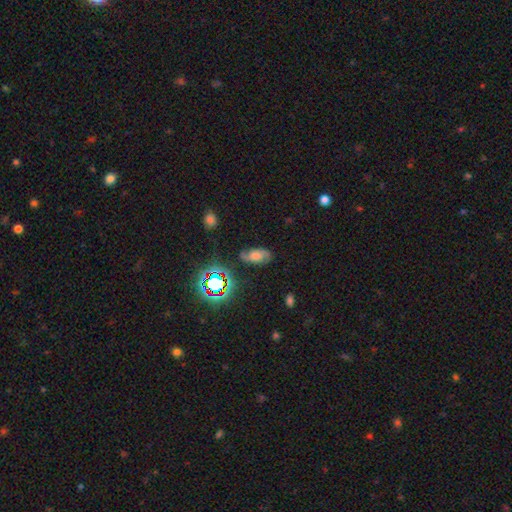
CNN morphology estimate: Overall: featured or disk (48%; smooth 26%). Merging: none (71%).